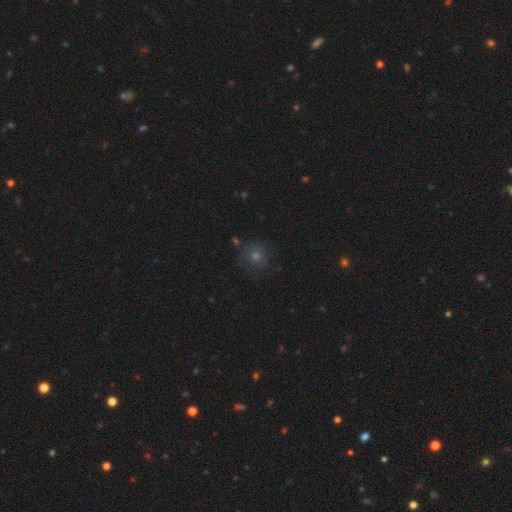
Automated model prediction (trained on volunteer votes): A smooth galaxy with no disk features (55%) that is round (92%).

Vote fractions:
- Smooth or featured? smooth: 55% / star or artifact: 31% / featured or disk: 14%
- How rounded? round: 92% / in between: 7% / cigar-shaped: 1%
- Merging? none: 83% / minor disturbance: 10% / major disturbance: 4% / merger: 3%